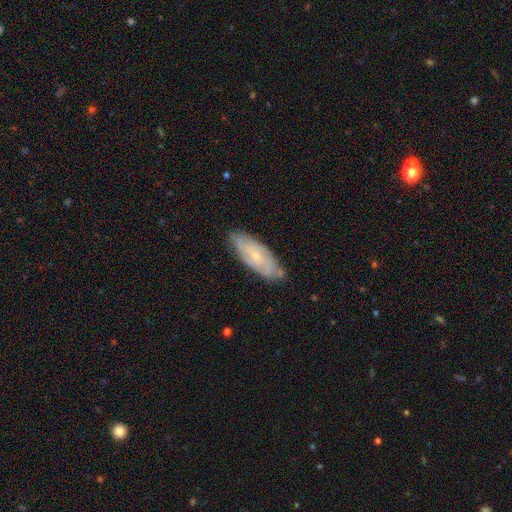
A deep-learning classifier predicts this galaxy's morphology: type=featured or disk (66%); edge-on=no (86%); bar=no (68%); spiral arms=yes (84%); bulge=small (74%); merging=none (77%).